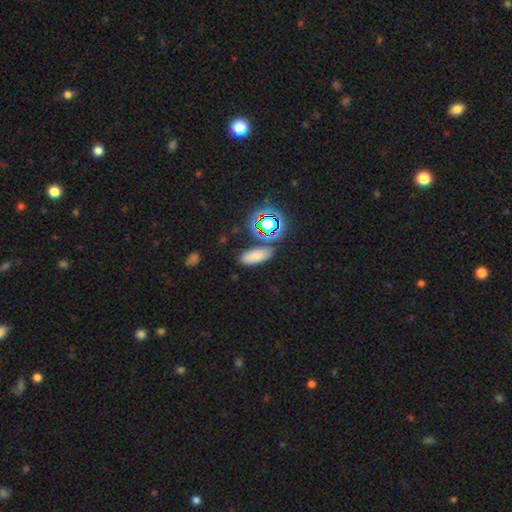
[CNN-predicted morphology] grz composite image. It shows a smooth galaxy with no disk features (70%) that is in between round and cigar-shaped (77%). Merging: none (79%).